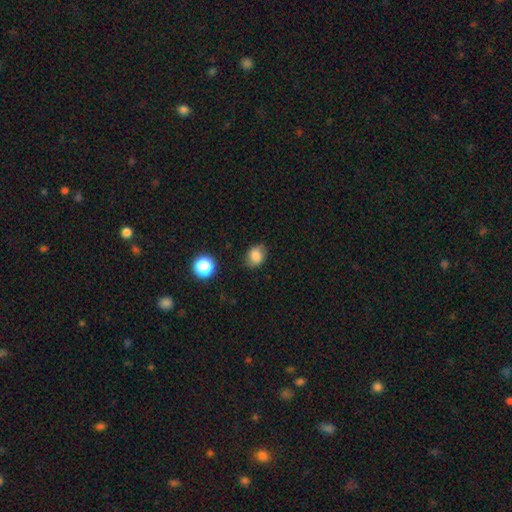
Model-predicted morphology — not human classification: Smooth or featured? Predicted: smooth (p=0.77). How rounded? Predicted: round (p=0.51). Merging? Predicted: none (p=0.72).